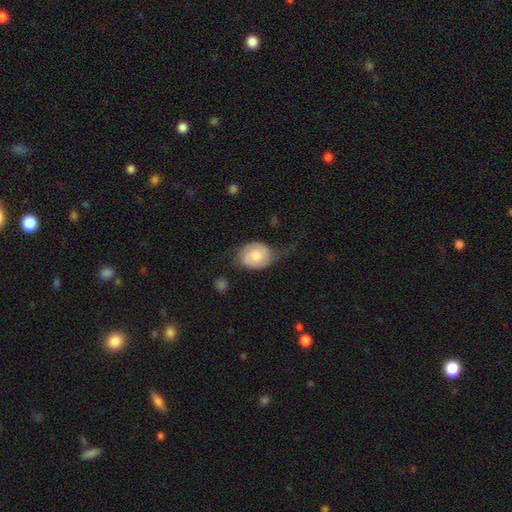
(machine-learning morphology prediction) This is likely a featured or disk galaxy (62%). It is clearly not viewed edge-on (97%). Bar: likely no (64%). Spiral arm pattern: clearly yes (89%). Spiral arm count: likely 2 (78%). Spiral winding: marginally medium (40%). Central bulge: likely moderate (62%). Merging: marginally none (40%).